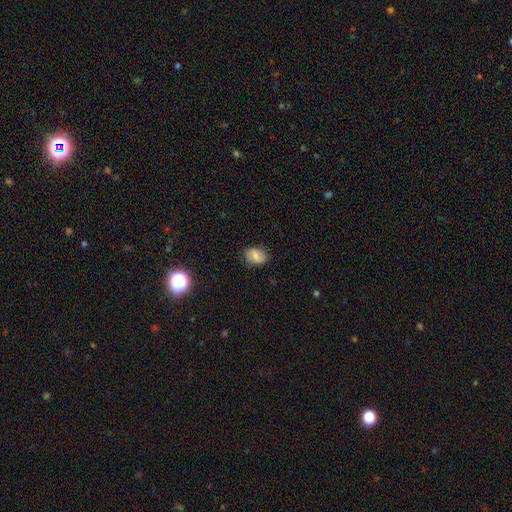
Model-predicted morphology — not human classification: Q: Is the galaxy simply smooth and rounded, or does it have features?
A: smooth — 69%.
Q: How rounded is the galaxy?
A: in between — 67%.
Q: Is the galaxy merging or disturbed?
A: none — 81%.